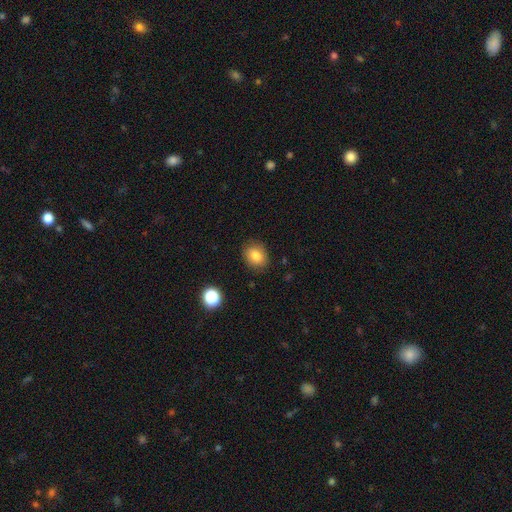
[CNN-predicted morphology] Smooth or featured?
  - smooth: 80% *
  - star or artifact: 11%
  - featured or disk: 9%
How rounded?
  - round: 55% *
  - in between: 44%
  - cigar-shaped: 1%
Merging?
  - none: 85% *
  - minor disturbance: 11%
  - major disturbance: 3%
  - merger: 1%